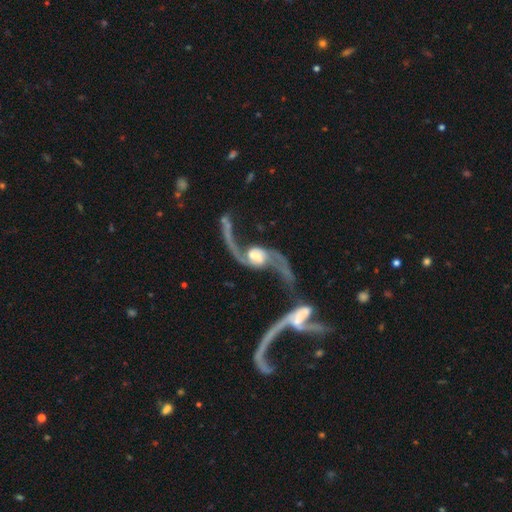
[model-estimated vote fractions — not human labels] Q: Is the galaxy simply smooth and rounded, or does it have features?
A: featured or disk — 90%.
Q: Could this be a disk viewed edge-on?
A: no — 95%.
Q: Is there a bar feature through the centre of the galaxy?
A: weak — 41%.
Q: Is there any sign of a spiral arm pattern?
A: yes — 96%.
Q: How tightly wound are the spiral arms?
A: loose — 90%.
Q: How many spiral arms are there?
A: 2 — 94%.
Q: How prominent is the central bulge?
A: moderate — 40%.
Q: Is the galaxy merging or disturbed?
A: merger — 38%.